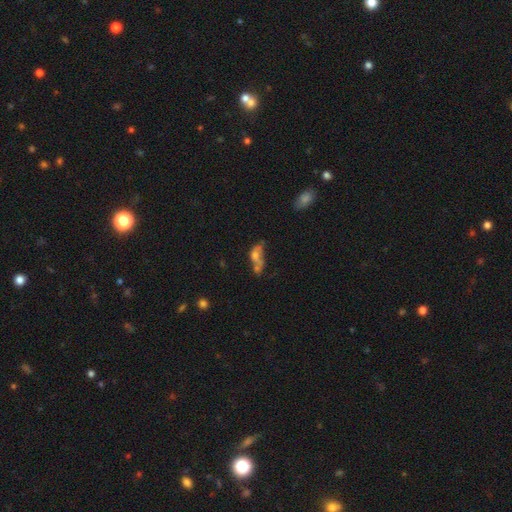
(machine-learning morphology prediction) smooth_or_featured: smooth (p=0.47) [alt: featured or disk p=0.37]
merging: merger (p=0.46) [alt: none p=0.22]